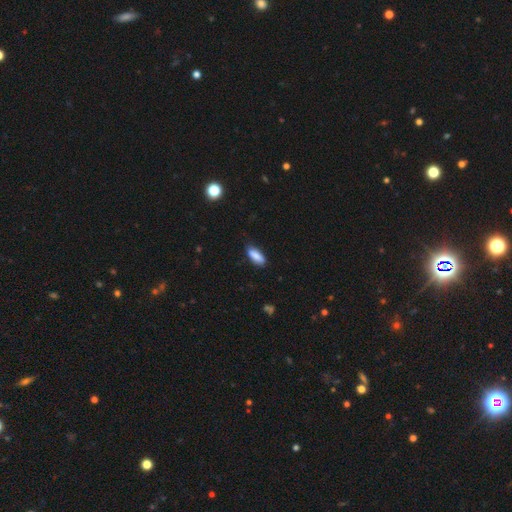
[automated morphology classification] Overall: smooth (87%). How rounded: in between (73%). Merging: none (80%).